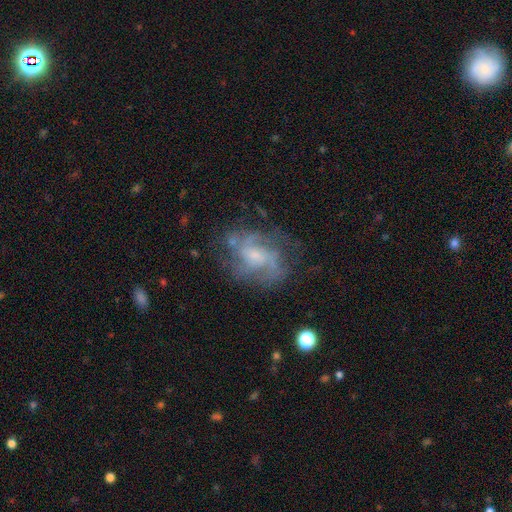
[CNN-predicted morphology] smooth_or_featured: featured or disk (p=0.78) [alt: smooth p=0.13]
disk_edge_on: no (p=0.97) [alt: yes p=0.03]
bar: no (p=0.59) [alt: weak p=0.35]
has_spiral_arms: yes (p=0.86) [alt: no p=0.14]
spiral_winding: medium (p=0.48) [alt: tight p=0.31]
spiral_arm_count: can't tell (p=0.32) [alt: 2 p=0.30]
bulge_size: small (p=0.60) [alt: moderate p=0.26]
merging: none (p=0.62) [alt: minor disturbance p=0.19]